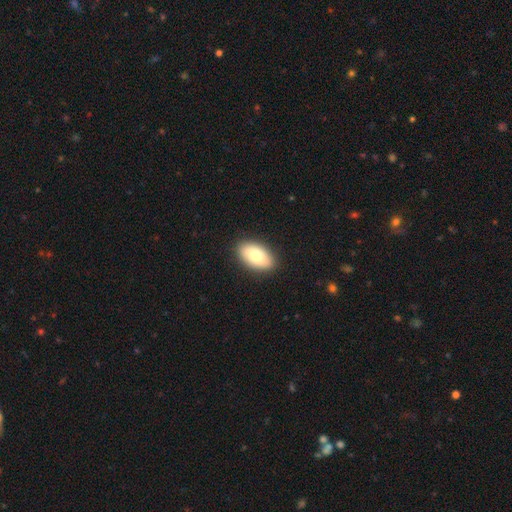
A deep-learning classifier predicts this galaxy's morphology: Smooth or featured?
  - smooth: 79% *
  - featured or disk: 15%
  - star or artifact: 6%
How rounded?
  - in between: 94% *
  - round: 4%
  - cigar-shaped: 2%
Merging?
  - none: 89% *
  - minor disturbance: 8%
  - major disturbance: 2%
  - merger: 1%